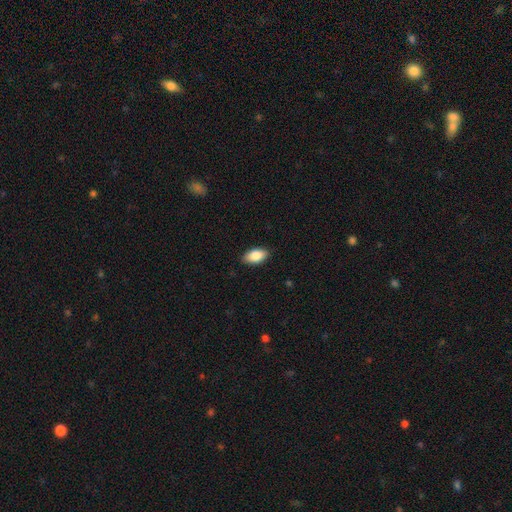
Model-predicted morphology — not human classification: This is clearly a smooth galaxy (86%). How rounded: clearly in between (93%). Merging: clearly none (87%).